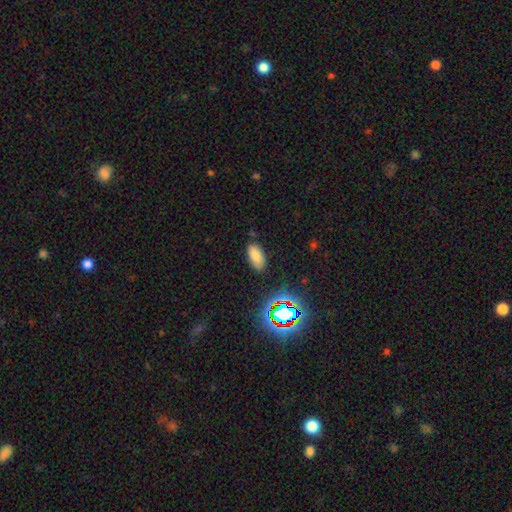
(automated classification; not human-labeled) smooth-or-featured: smooth: 77% | star or artifact: 15% | featured or disk: 8%
  how-rounded: in between: 91% | cigar-shaped: 5% | round: 3%
  merging: none: 83% | minor disturbance: 12% | major disturbance: 3% | merger: 2%